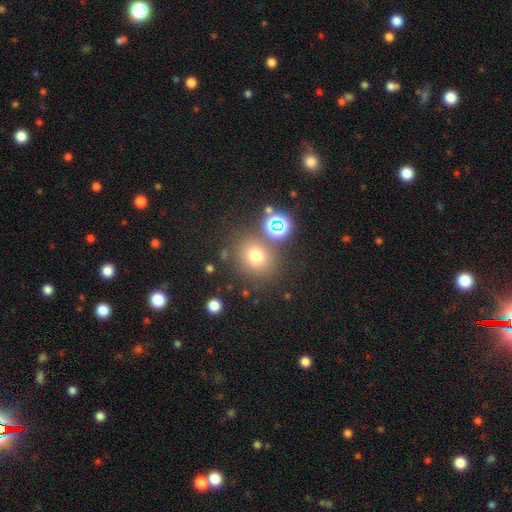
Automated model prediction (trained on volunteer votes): Smooth or featured?
  - smooth: 71% *
  - star or artifact: 20%
  - featured or disk: 9%
How rounded?
  - round: 80% *
  - in between: 19%
  - cigar-shaped: 1%
Merging?
  - none: 75% *
  - minor disturbance: 10%
  - merger: 10%
  - major disturbance: 5%